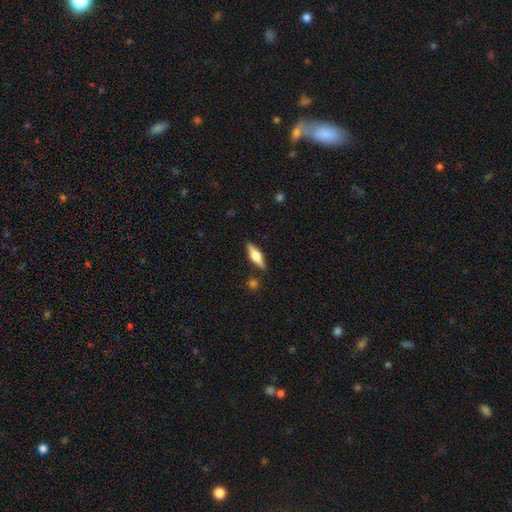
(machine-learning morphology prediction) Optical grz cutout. It shows a featured or disk galaxy (48%). Merging: none (86%).